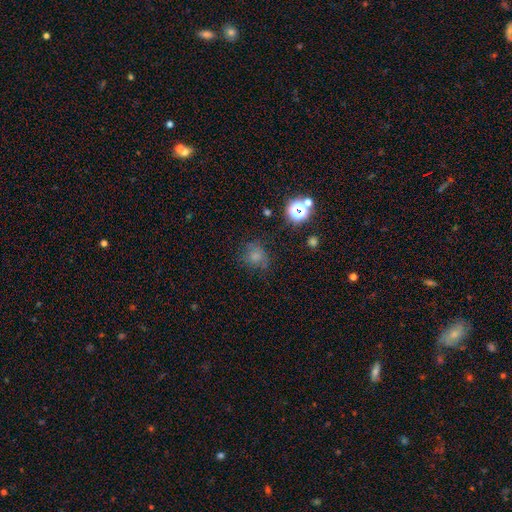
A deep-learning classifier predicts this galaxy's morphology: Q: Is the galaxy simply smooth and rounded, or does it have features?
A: smooth — 70%.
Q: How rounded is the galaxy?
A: round — 75%.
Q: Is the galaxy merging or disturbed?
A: none — 68%.